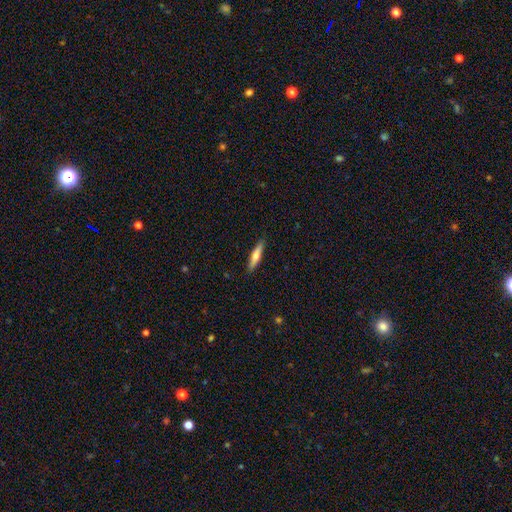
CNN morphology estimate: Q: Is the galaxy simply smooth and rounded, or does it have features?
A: smooth — 61%.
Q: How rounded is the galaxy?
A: cigar-shaped — 82%.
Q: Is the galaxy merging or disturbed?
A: none — 90%.